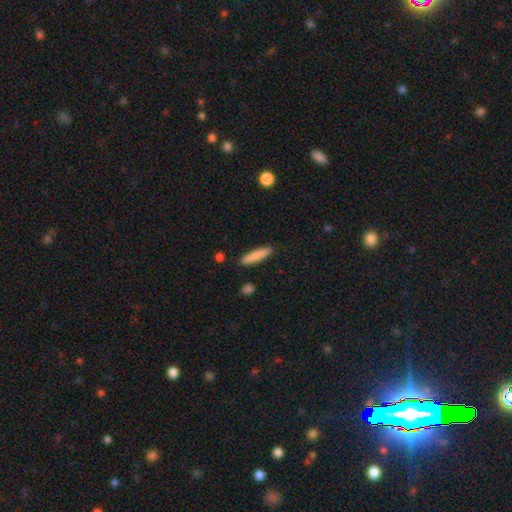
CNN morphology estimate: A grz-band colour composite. It shows a smooth galaxy with no disk features (85%) that is cigar-shaped (85%). Merging: none (89%).